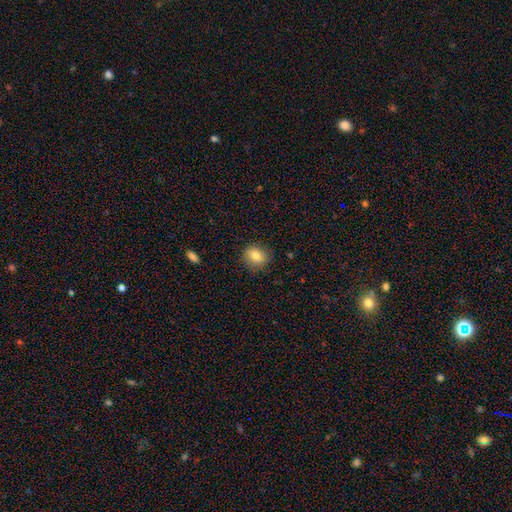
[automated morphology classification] A smooth galaxy with no disk features (80%) that is round (62%). Merging: none (84%).